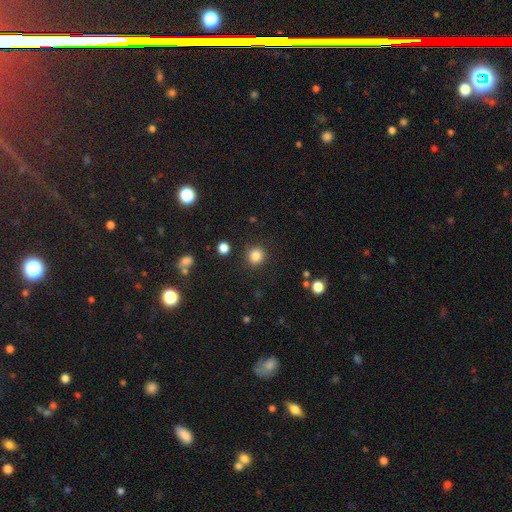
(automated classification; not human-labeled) A smooth galaxy with no disk features (84%) that is round (93%).

Vote fractions:
- Smooth or featured? smooth: 84% / star or artifact: 12% / featured or disk: 4%
- How rounded? round: 93% / in between: 6% / cigar-shaped: 1%
- Merging? none: 90% / minor disturbance: 6% / major disturbance: 3% / merger: 2%